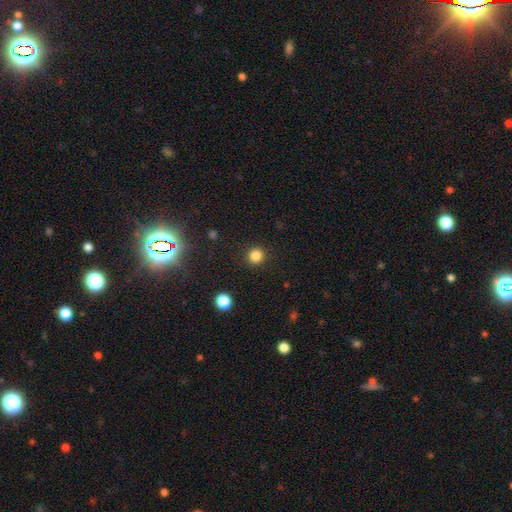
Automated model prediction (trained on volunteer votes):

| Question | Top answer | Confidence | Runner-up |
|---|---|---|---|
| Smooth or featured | smooth | 83% | star or artifact (13%) |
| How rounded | round | 93% | in between (6%) |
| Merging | none | 91% | minor disturbance (5%) |